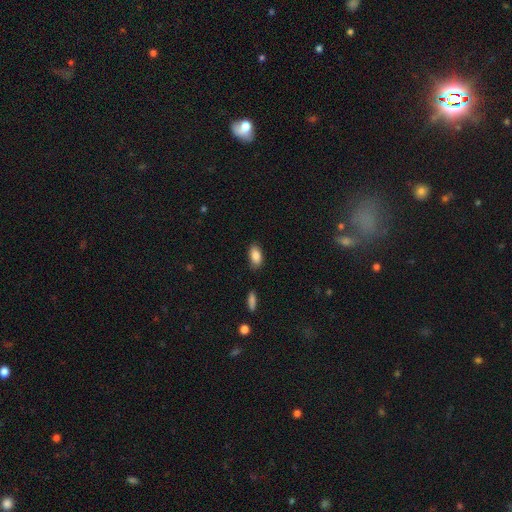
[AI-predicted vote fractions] smooth_or_featured: smooth (p=0.86) [alt: star or artifact p=0.07]
how_rounded: in between (p=0.91) [alt: cigar-shaped p=0.05]
merging: none (p=0.81) [alt: minor disturbance p=0.14]